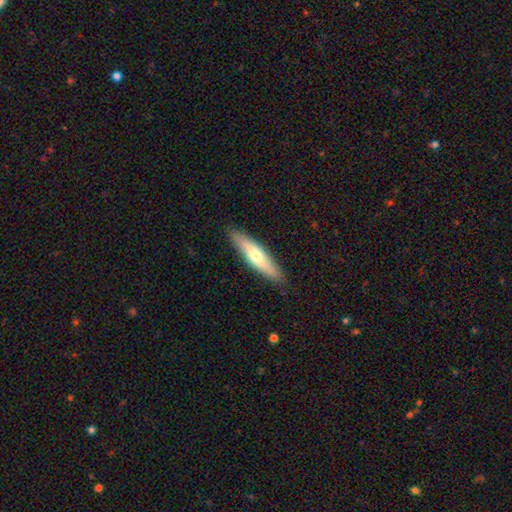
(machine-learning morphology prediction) The model was most divided on "smooth or featured": smooth: 54%, featured or disk: 40%, star or artifact: 5%. More confident: merging — none (89%); how rounded — cigar-shaped (76%).